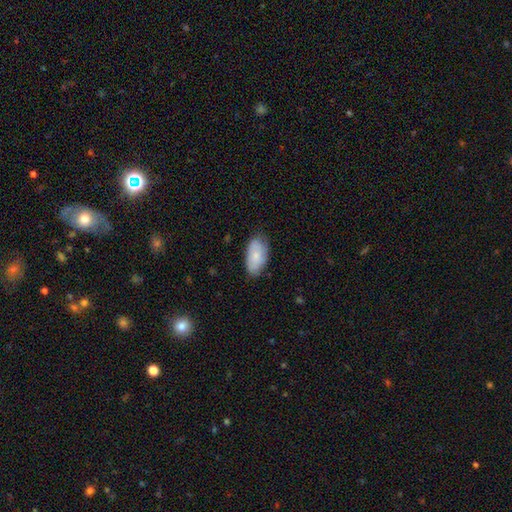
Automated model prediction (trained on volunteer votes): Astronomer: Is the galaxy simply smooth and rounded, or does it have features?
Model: smooth — 77%.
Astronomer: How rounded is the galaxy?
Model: in between — 94%.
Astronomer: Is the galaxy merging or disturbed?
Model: none — 75%.